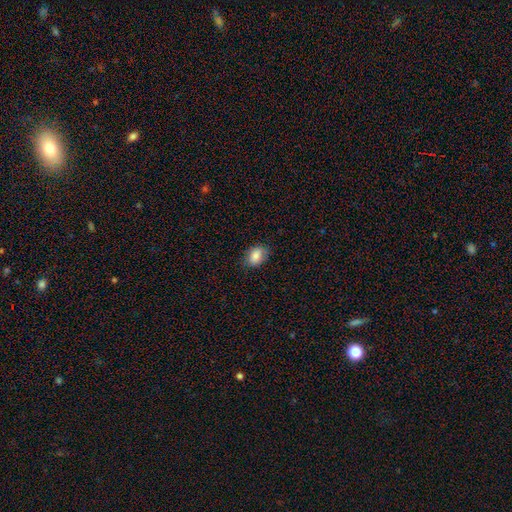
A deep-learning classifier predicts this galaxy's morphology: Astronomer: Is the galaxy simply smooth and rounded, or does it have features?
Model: smooth — 84%.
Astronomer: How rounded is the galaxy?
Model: in between — 78%.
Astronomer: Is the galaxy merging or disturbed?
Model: none — 78%.